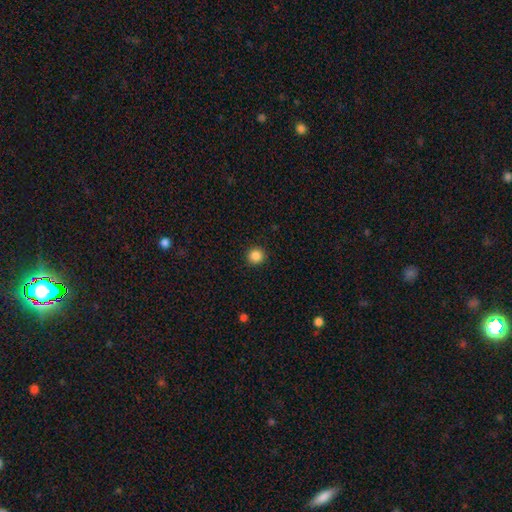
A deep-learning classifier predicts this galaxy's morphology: Q: Smooth or featured?
A: smooth (86%); runner-up: star or artifact (11%)
Q: How rounded?
A: round (94%); runner-up: in between (5%)
Q: Merging?
A: none (92%); runner-up: minor disturbance (5%)